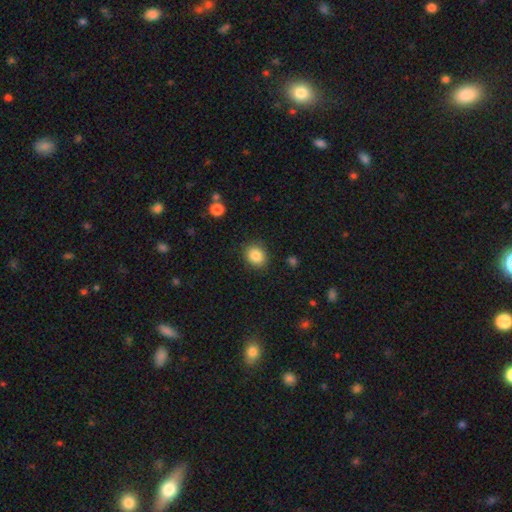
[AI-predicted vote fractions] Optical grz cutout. It shows a smooth galaxy with no disk features (86%) that is round (70%). Merging: none (87%).